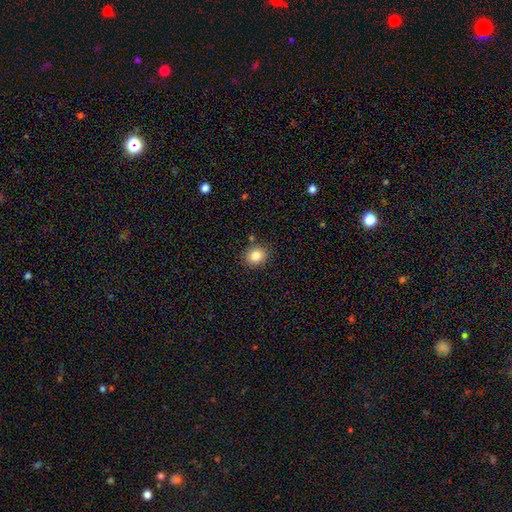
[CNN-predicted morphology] The model was most divided on "how rounded": round: 61%, in between: 38%, cigar-shaped: 1%. More confident: merging — none (84%); smooth or featured — smooth (83%).